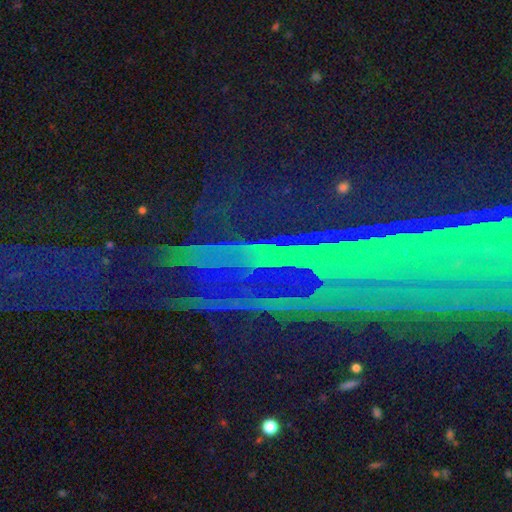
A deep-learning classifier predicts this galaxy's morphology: Smooth or featured?
  - star or artifact: 82% *
  - featured or disk: 10%
  - smooth: 7%